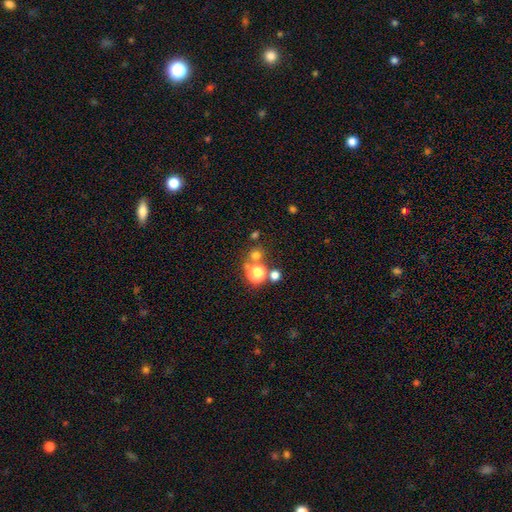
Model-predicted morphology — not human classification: Smooth or featured: smooth — 66% (star or artifact — 25%)
How rounded: round — 89% (in between — 10%)
Merging: none — 66% (merger — 23%)